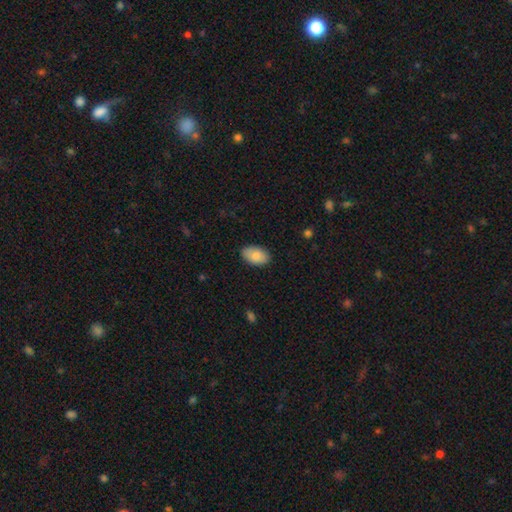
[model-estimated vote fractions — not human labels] This is clearly a smooth galaxy (84%). How rounded: clearly in between (92%). Merging: clearly none (85%).